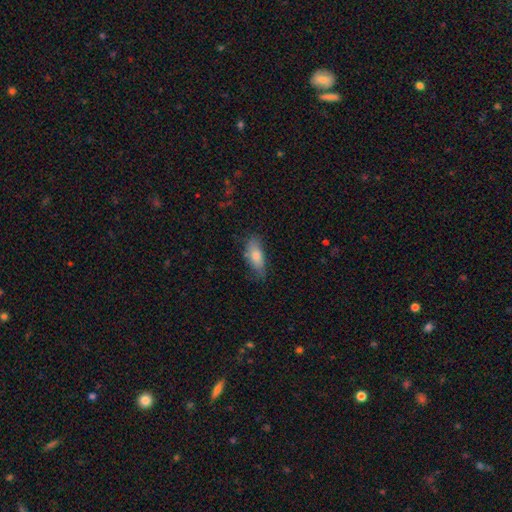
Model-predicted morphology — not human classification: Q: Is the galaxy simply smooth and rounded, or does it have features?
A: smooth — 76%.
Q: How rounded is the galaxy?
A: in between — 69%.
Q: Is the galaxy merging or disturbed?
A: none — 73%.